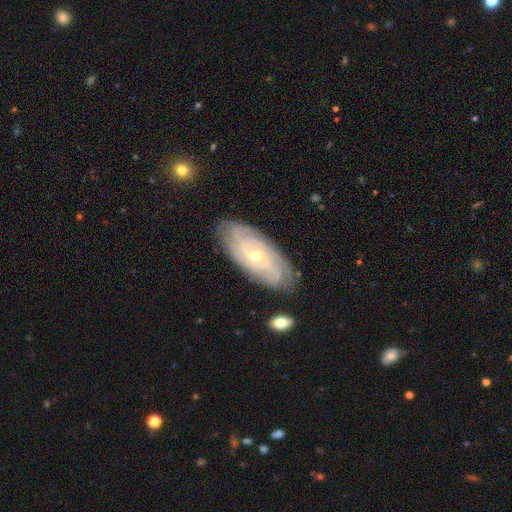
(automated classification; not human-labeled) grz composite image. It shows a featured or disk galaxy (88%) with no bar (58%), can't tell (25%, tied with 4) tight (77%) spiral arms (97%) and a small central bulge (62%). Merging: none (82%).